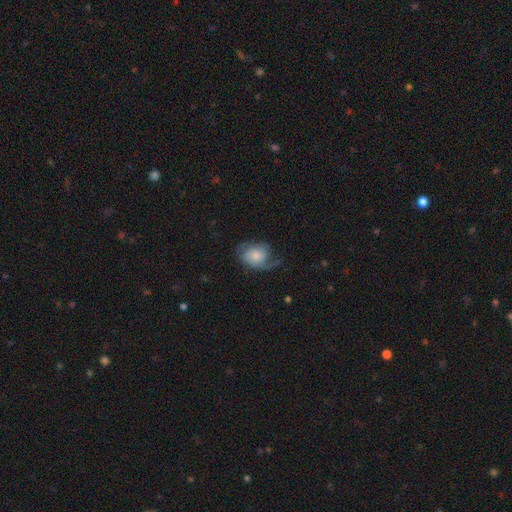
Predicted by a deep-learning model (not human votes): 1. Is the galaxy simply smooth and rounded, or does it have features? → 54% featured or disk, 39% smooth, 7% star or artifact.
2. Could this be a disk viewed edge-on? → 97% no, 3% yes.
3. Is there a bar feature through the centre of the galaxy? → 75% no, 22% weak, 3% strong.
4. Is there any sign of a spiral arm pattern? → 87% yes, 13% no.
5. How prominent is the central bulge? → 32% moderate, 27% large, 22% small, 12% none, 6% dominant.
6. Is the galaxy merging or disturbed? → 46% none, 27% minor disturbance, 25% major disturbance, 2% merger.